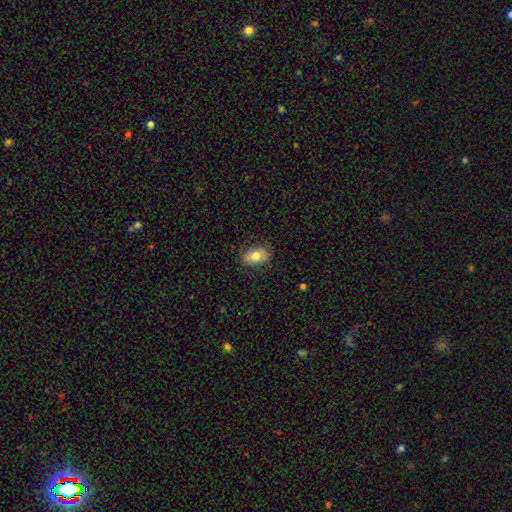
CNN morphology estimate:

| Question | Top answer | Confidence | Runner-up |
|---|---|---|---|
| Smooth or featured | smooth | 77% | featured or disk (16%) |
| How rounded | in between | 88% | round (10%) |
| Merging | none | 85% | minor disturbance (11%) |